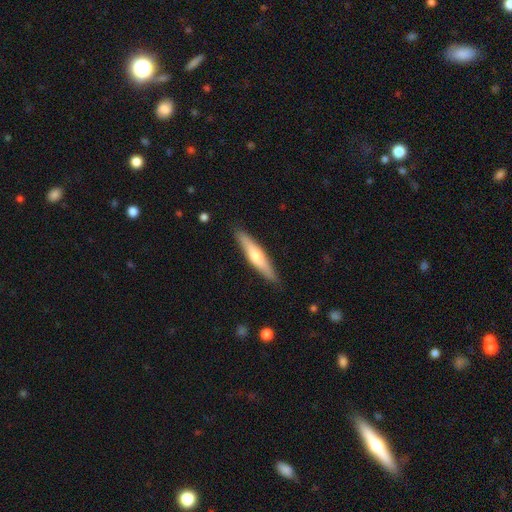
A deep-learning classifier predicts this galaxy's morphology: This appears to be a smooth galaxy with no disk features (50%). Merging: none (89%).